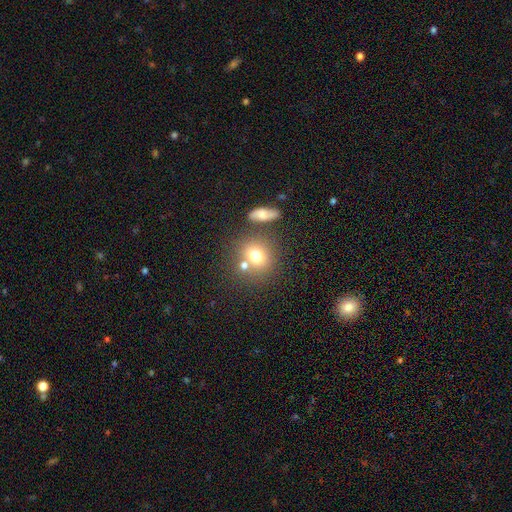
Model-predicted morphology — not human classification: A smooth galaxy with no disk features (73%) that is round (79%). Merging: none (63%).